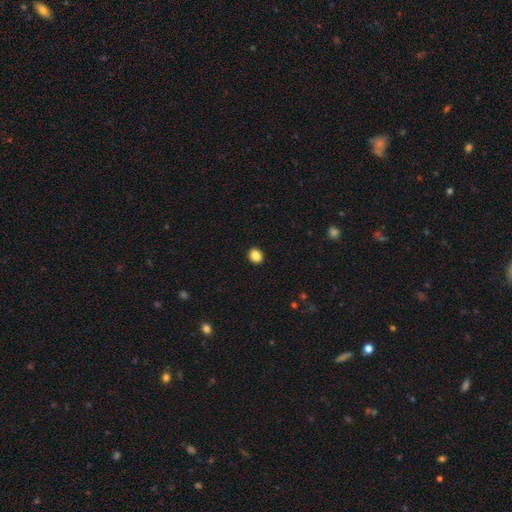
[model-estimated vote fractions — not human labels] smooth-or-featured: smooth: 87% | star or artifact: 9% | featured or disk: 4%
  how-rounded: round: 66% | in between: 33% | cigar-shaped: 1%
  merging: none: 92% | minor disturbance: 5% | major disturbance: 2% | merger: 1%